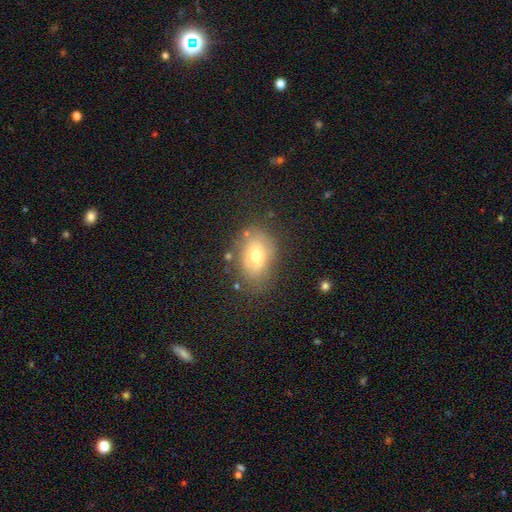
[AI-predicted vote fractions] smooth-or-featured: smooth: 69% | featured or disk: 21% | star or artifact: 10%
  how-rounded: in between: 79% | round: 20% | cigar-shaped: 1%
  merging: none: 71% | minor disturbance: 19% | major disturbance: 6% | merger: 4%